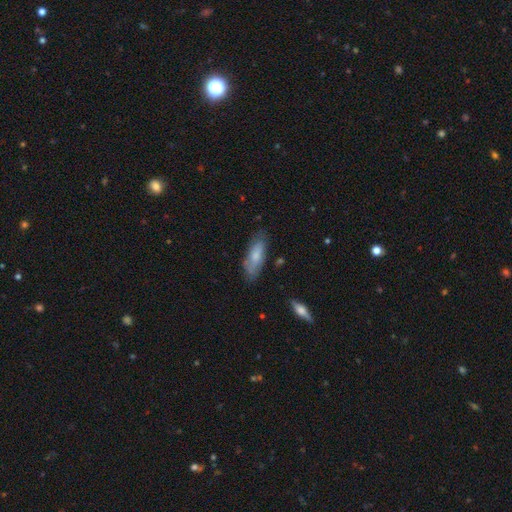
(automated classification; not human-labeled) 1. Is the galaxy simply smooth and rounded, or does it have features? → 66% smooth, 27% featured or disk, 6% star or artifact.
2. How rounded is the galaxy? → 67% in between, 31% cigar-shaped, 2% round.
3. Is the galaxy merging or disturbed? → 70% none, 23% minor disturbance, 5% major disturbance, 2% merger.